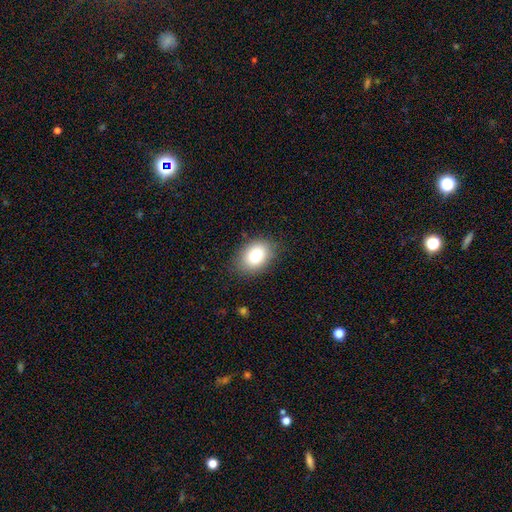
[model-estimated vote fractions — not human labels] A smooth galaxy with no disk features (82%) that is in between round and cigar-shaped (79%).

Vote fractions:
- Smooth or featured? smooth: 82% / featured or disk: 9% / star or artifact: 8%
- How rounded? in between: 79% / round: 20% / cigar-shaped: 1%
- Merging? none: 82% / minor disturbance: 13% / major disturbance: 3% / merger: 1%